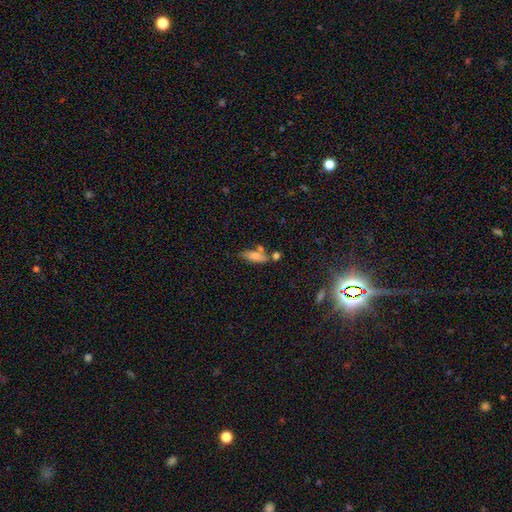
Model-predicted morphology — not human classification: smooth 76%, featured or disk 15%, star or artifact 9%. Down the decision tree: how rounded — in between (65%); merging — none (49%).